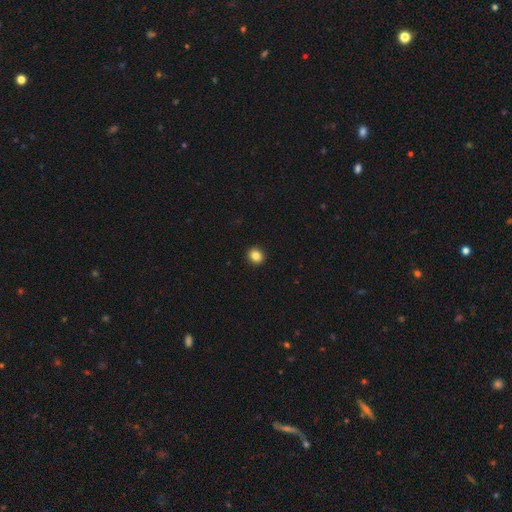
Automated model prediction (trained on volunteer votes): The model was most divided on "how rounded": round: 79%, in between: 20%, cigar-shaped: 1%. More confident: merging — none (93%); smooth or featured — smooth (85%).